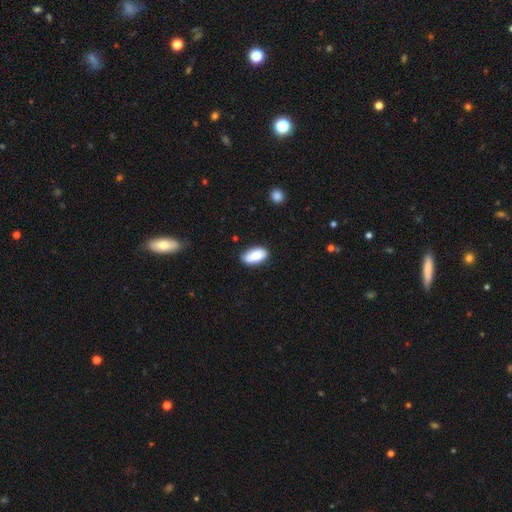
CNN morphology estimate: This appears to be a smooth galaxy with no disk features (78%) that is in between round and cigar-shaped (90%). Merging: none (79%).